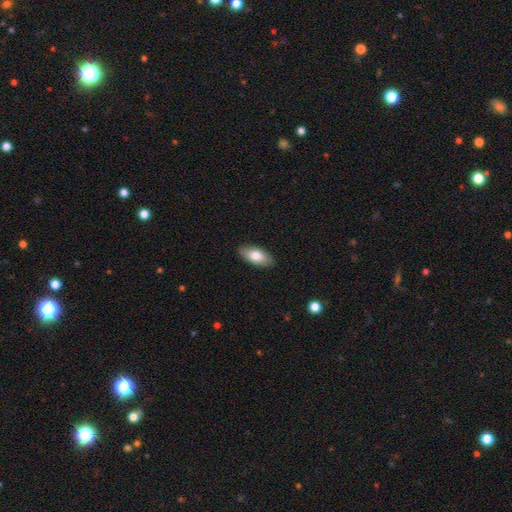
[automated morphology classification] Smooth or featured? smooth (79%)
How rounded? in between (90%)
Merging? none (88%)